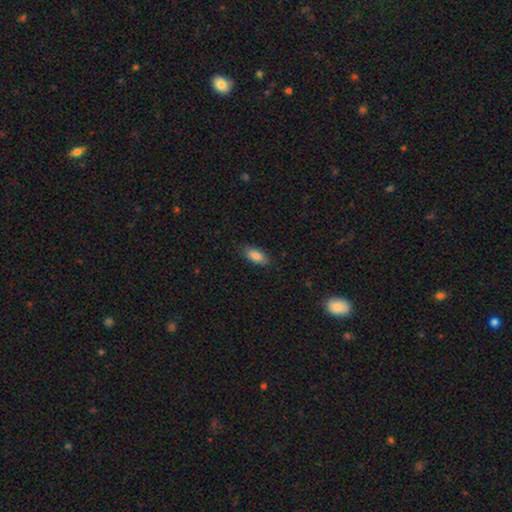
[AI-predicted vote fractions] Q: Smooth or featured?
A: smooth (86%); runner-up: featured or disk (8%)
Q: How rounded?
A: in between (86%); runner-up: cigar-shaped (12%)
Q: Merging?
A: none (85%); runner-up: minor disturbance (11%)